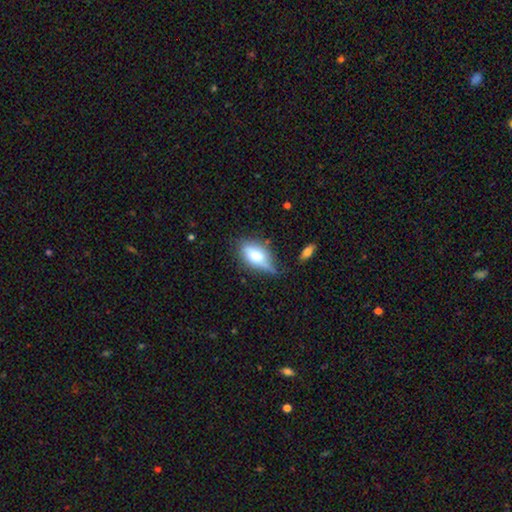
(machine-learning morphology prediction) This is likely a smooth galaxy (62%). How rounded: clearly in between (85%). Merging: possibly none (51%).